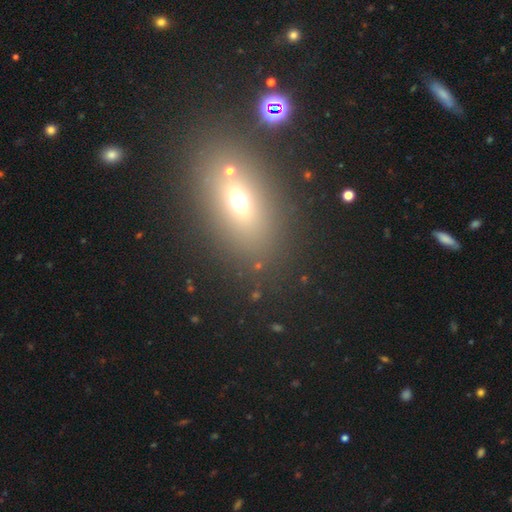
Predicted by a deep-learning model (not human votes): Smooth or featured? Predicted: smooth (p=0.54). How rounded? Predicted: in between (p=0.71). Merging? Predicted: none (p=0.76).